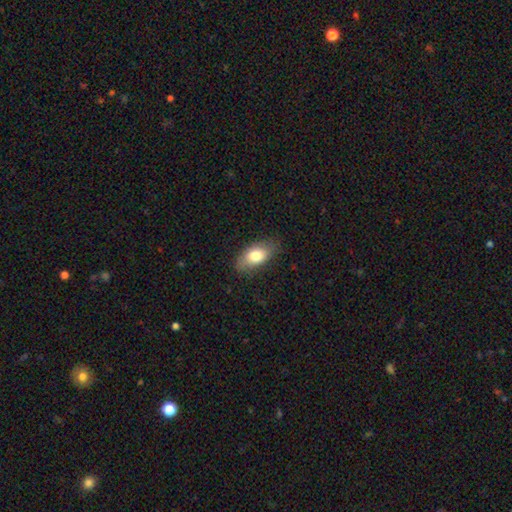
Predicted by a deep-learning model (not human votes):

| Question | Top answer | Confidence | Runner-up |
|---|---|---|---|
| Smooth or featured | smooth | 77% | featured or disk (17%) |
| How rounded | in between | 91% | cigar-shaped (5%) |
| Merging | none | 78% | minor disturbance (17%) |